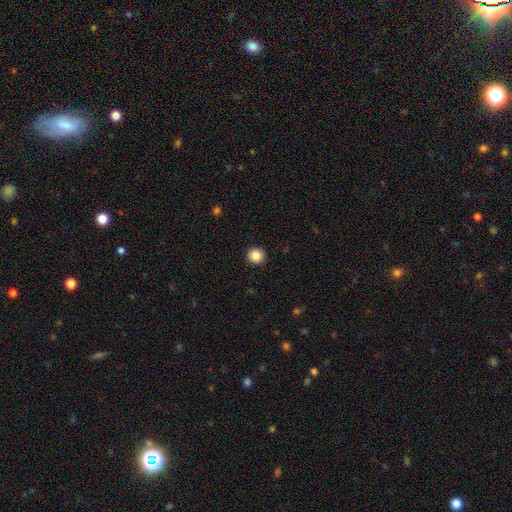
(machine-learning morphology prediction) A smooth galaxy with no disk features (87%) that is round (93%).

Vote fractions:
- Smooth or featured? smooth: 87% / star or artifact: 9% / featured or disk: 4%
- How rounded? round: 93% / in between: 6% / cigar-shaped: 1%
- Merging? none: 93% / minor disturbance: 5% / major disturbance: 2% / merger: 1%